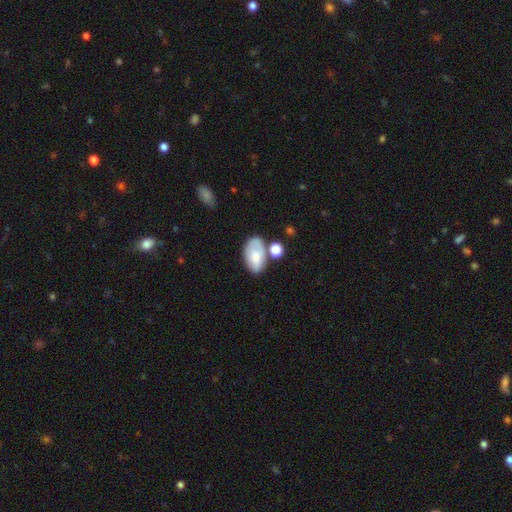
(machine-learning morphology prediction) A smooth galaxy with no disk features (69%) that is in between round and cigar-shaped (92%). Merging: none (47%).